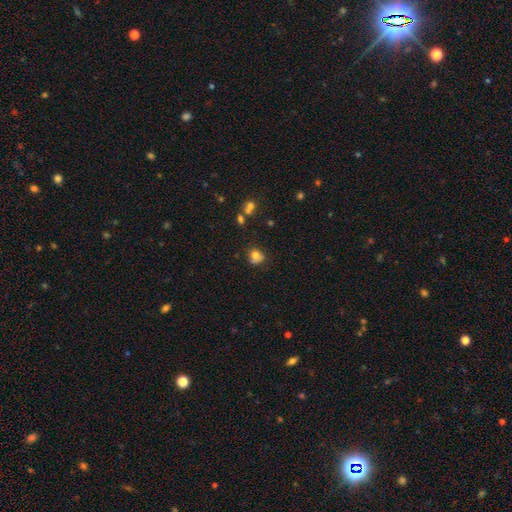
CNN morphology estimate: This appears to be a smooth galaxy with no disk features (74%) that is round (73%). Merging: none (54%).